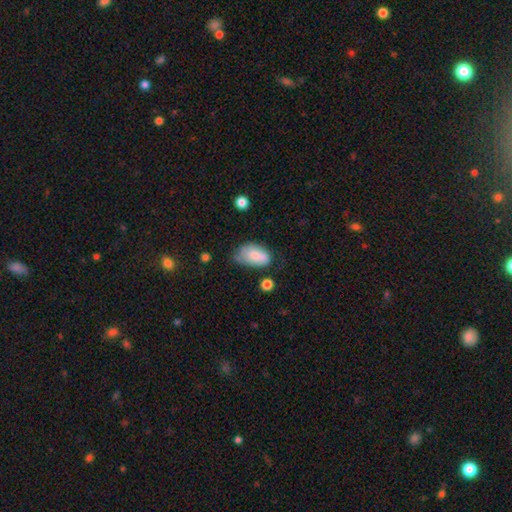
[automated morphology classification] The model was most divided on "merging": none: 43%, minor disturbance: 38%, major disturbance: 14%, merger: 6%. More confident: how rounded — in between (92%); smooth or featured — smooth (76%).